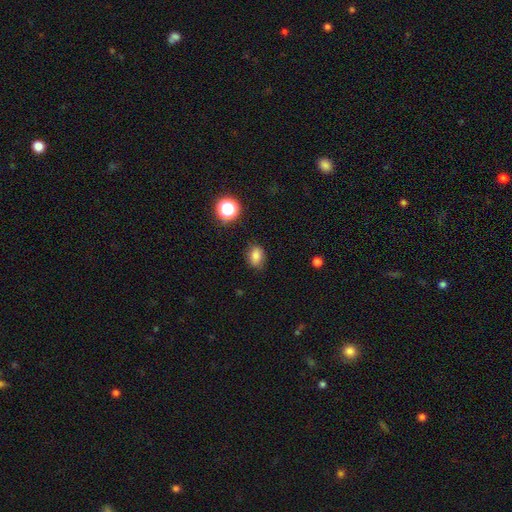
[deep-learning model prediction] Smooth or featured: smooth — 81% (star or artifact — 13%)
How rounded: in between — 66% (round — 33%)
Merging: none — 78% (minor disturbance — 17%)